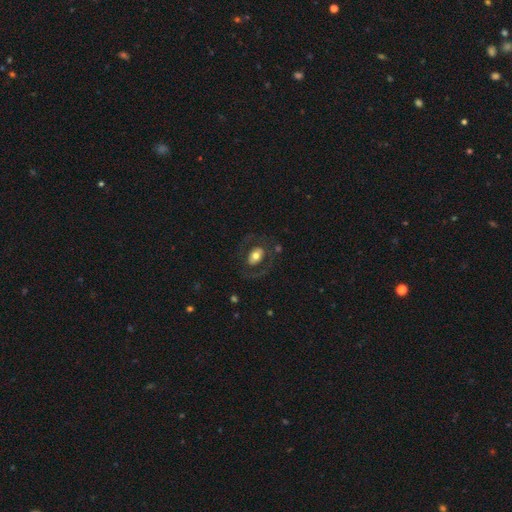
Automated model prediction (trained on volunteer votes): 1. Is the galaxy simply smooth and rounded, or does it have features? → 52% smooth, 41% featured or disk, 7% star or artifact.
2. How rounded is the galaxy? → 79% in between, 20% round, 1% cigar-shaped.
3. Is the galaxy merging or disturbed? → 73% none, 13% major disturbance, 12% minor disturbance, 2% merger.